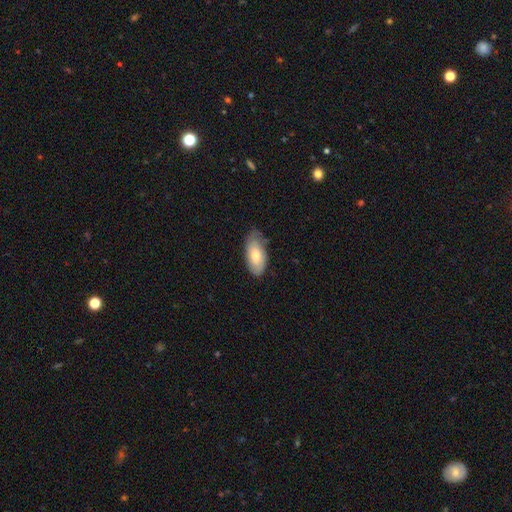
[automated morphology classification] Smooth or featured? Predicted: smooth (p=0.70). How rounded? Predicted: in between (p=0.92). Merging? Predicted: none (p=0.63).